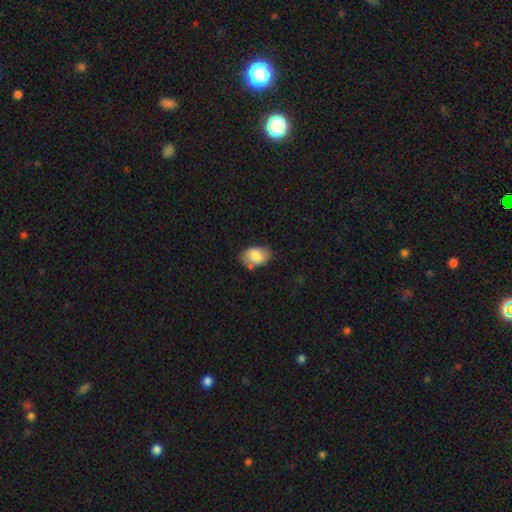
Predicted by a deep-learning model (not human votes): smooth-or-featured: smooth: 81% | featured or disk: 12% | star or artifact: 7%
  how-rounded: in between: 88% | round: 11% | cigar-shaped: 1%
  merging: none: 65% | minor disturbance: 23% | merger: 8% | major disturbance: 5%